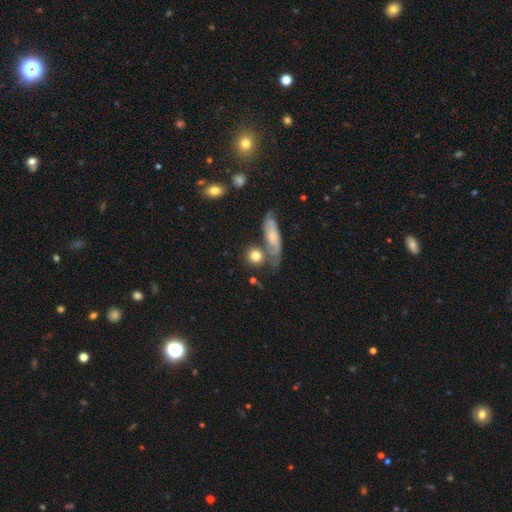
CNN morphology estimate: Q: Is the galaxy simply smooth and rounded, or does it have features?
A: smooth — 75%.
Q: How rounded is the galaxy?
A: round — 78%.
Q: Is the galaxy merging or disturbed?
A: none — 59%.